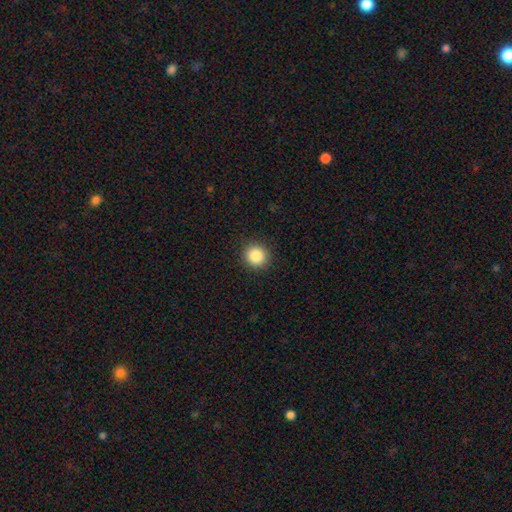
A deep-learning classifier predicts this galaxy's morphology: Smooth or featured? smooth (87%)
How rounded? round (92%)
Merging? none (91%)